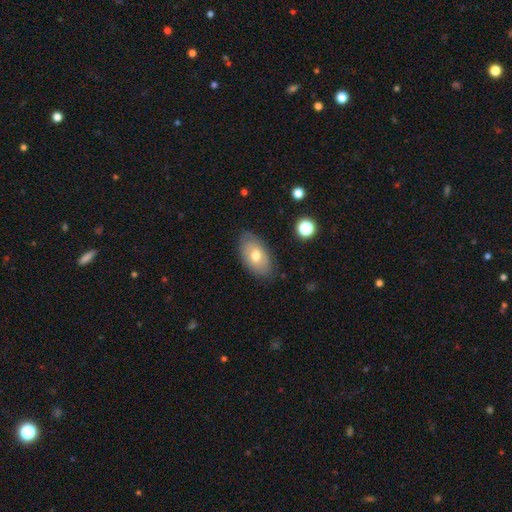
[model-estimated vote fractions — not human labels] smooth-or-featured: smooth: 65% | featured or disk: 27% | star or artifact: 7%
  how-rounded: in between: 92% | round: 6% | cigar-shaped: 2%
  merging: none: 81% | minor disturbance: 14% | major disturbance: 3% | merger: 1%